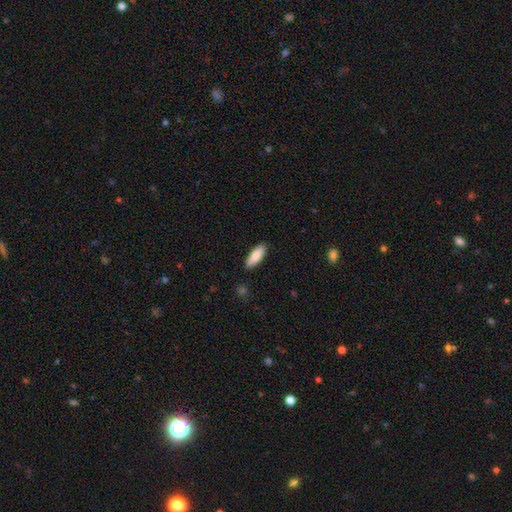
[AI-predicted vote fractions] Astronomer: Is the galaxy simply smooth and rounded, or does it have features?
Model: smooth — 86%.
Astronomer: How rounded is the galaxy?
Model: in between — 66%.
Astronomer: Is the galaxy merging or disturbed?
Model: none — 88%.